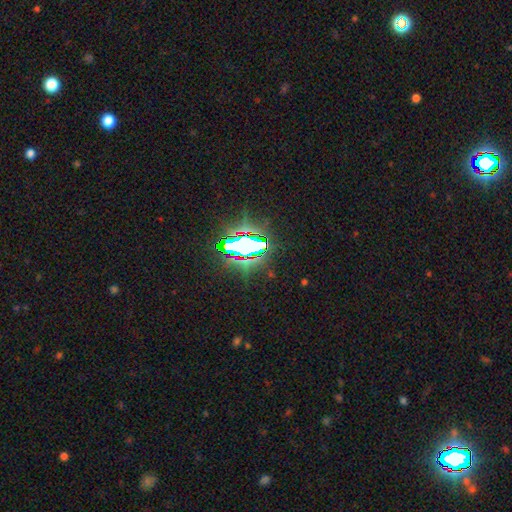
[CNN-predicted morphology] This appears to be a star or artifact, not a galaxy (77%).